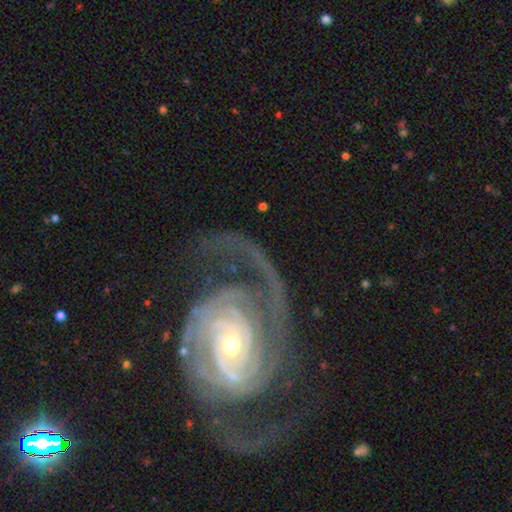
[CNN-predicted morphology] This appears to be a featured or disk galaxy (90%) with no bar (62%), 2 (46%) tight (55%) spiral arms (96%) and a small central bulge (64%). Merging: none (51%).